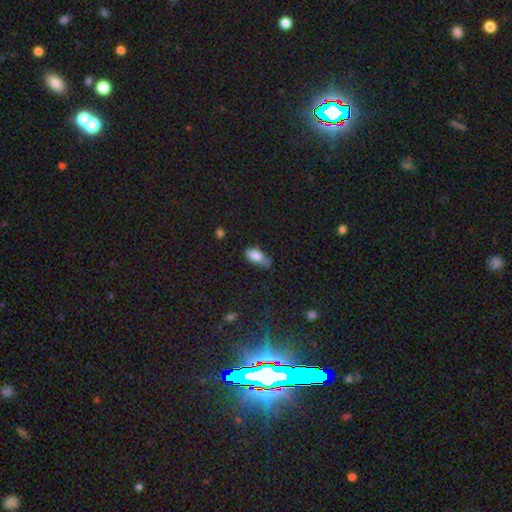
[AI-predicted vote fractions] smooth_or_featured: smooth (p=0.80) [alt: featured or disk p=0.11]
how_rounded: in between (p=0.88) [alt: cigar-shaped p=0.08]
merging: minor disturbance (p=0.40) [alt: none p=0.38]